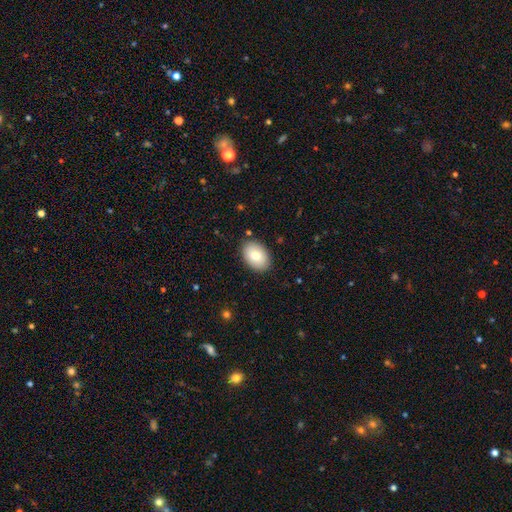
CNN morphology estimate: Smooth or featured: smooth — 77% (featured or disk — 16%)
How rounded: in between — 84% (round — 15%)
Merging: none — 88% (minor disturbance — 9%)